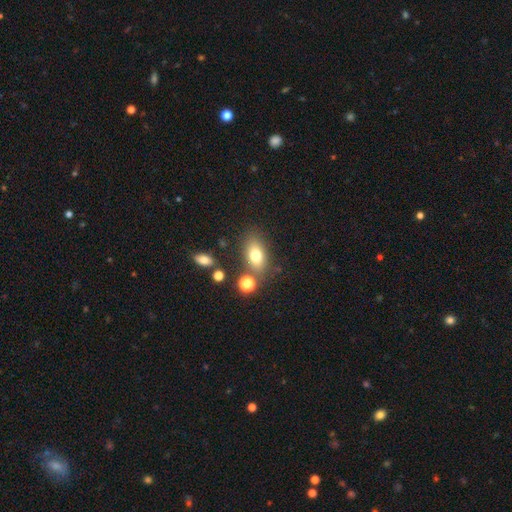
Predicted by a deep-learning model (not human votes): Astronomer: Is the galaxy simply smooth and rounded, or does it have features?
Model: smooth — 74%.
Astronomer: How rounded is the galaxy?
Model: in between — 82%.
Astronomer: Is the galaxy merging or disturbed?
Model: none — 73%.